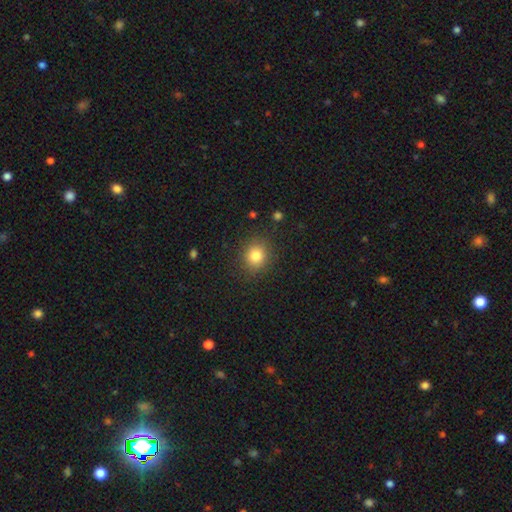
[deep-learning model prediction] smooth 82%, star or artifact 12%, featured or disk 7%. Down the decision tree: how rounded — round (80%); merging — none (88%).